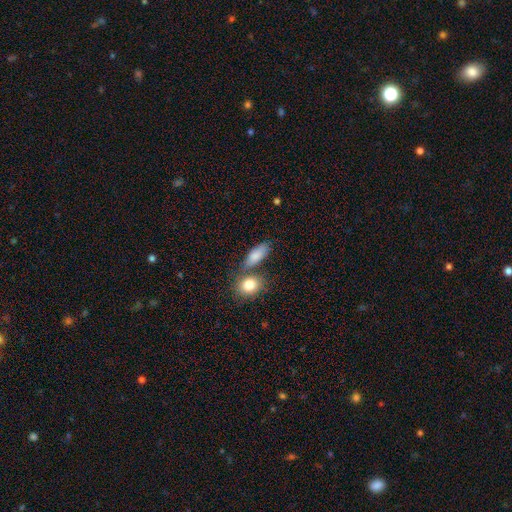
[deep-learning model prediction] This is clearly a smooth galaxy (83%). How rounded: likely in between (76%). Merging: possibly none (54%).